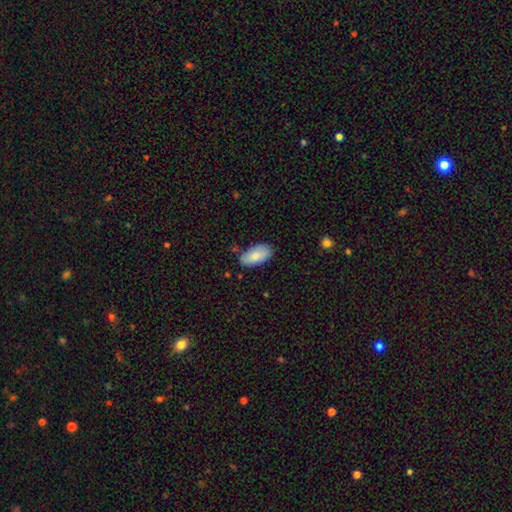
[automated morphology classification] Overall: smooth (83%). How rounded: in between (93%). Merging: none (77%).